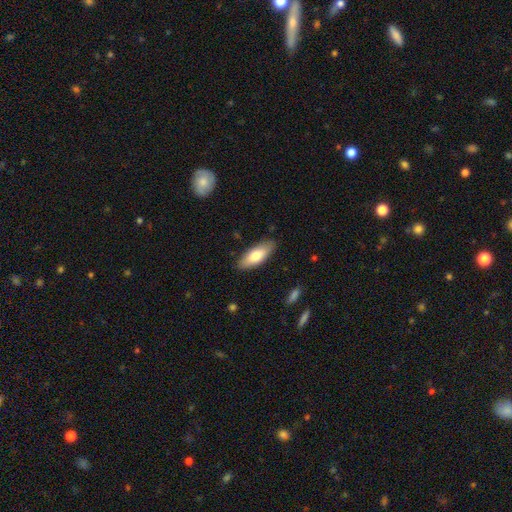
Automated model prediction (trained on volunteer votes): Smooth or featured: smooth — 75% (featured or disk — 19%)
How rounded: in between — 75% (cigar-shaped — 23%)
Merging: none — 86% (minor disturbance — 11%)